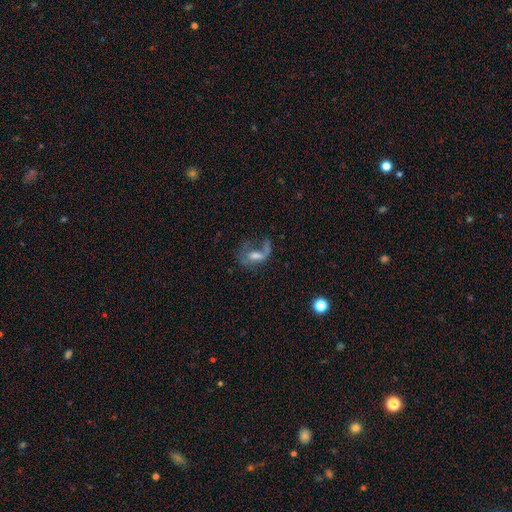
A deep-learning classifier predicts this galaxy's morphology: This is possibly a featured or disk galaxy (57%). It is clearly not viewed edge-on (94%). Bar: possibly no (54%). Spiral arm pattern: possibly yes (56%). Central bulge: marginally moderate (43%). Merging: possibly major disturbance (50%).